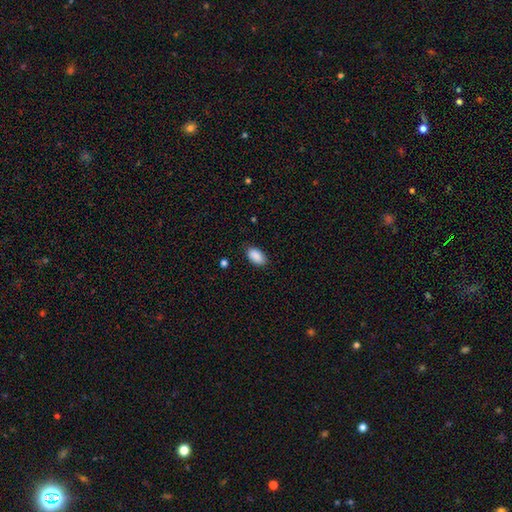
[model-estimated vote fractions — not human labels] This appears to be a smooth galaxy with no disk features (90%) that is in between round and cigar-shaped (94%). Merging: none (85%).